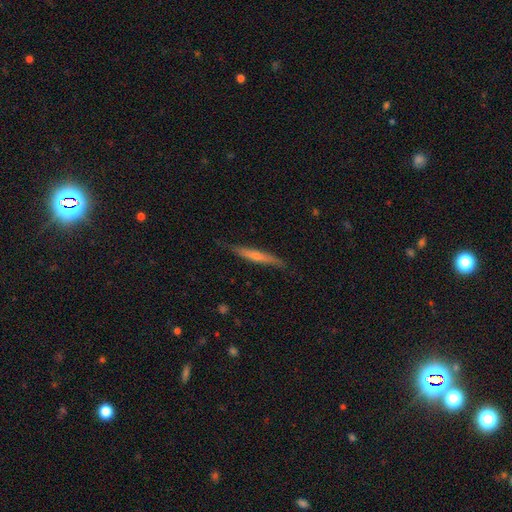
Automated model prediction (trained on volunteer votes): Morphology: type=featured or disk (52%); edge-on=yes (94%); merging=none (84%).